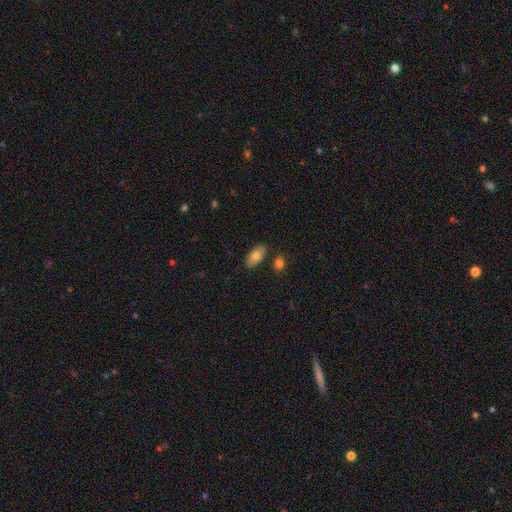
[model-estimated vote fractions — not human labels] smooth 79%, featured or disk 15%, star or artifact 7%. Down the decision tree: how rounded — in between (90%); merging — none (83%).